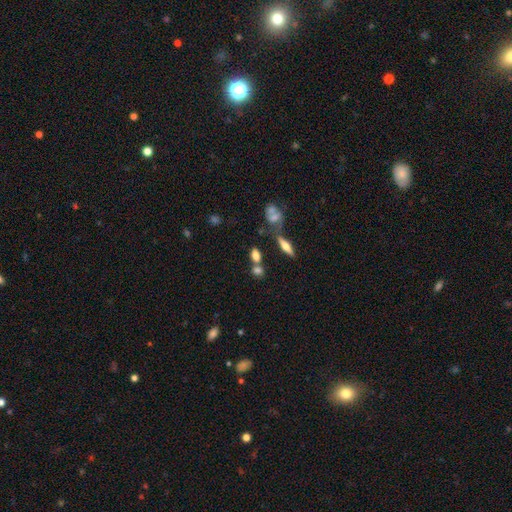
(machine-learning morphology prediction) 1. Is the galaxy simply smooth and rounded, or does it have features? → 73% smooth, 15% featured or disk, 12% star or artifact.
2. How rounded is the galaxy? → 70% in between, 19% round, 11% cigar-shaped.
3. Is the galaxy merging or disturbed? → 53% none, 30% merger, 12% minor disturbance, 5% major disturbance.